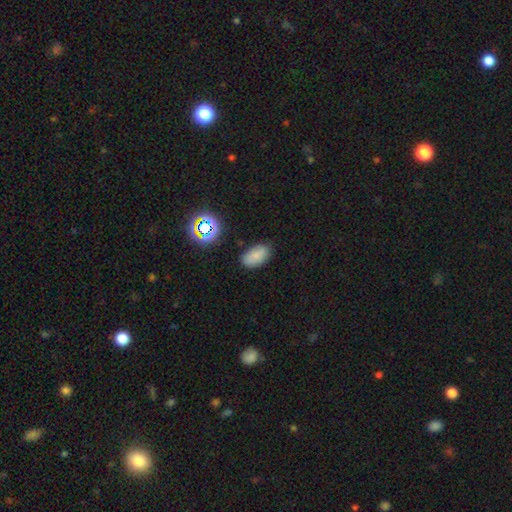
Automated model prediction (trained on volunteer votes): Q: Smooth or featured?
A: smooth (77%); runner-up: star or artifact (14%)
Q: How rounded?
A: in between (93%); runner-up: round (5%)
Q: Merging?
A: none (78%); runner-up: minor disturbance (16%)